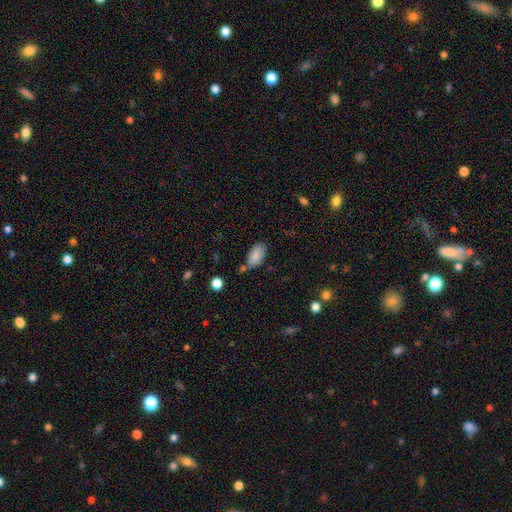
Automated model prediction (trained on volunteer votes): The model was most divided on "merging": none: 67%, minor disturbance: 20%, merger: 9%, major disturbance: 4%. More confident: how rounded — in between (94%); smooth or featured — smooth (84%).